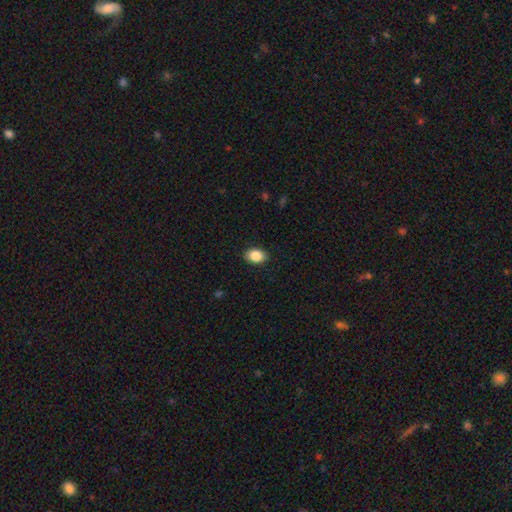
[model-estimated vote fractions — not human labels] smooth-or-featured: smooth: 87% | star or artifact: 8% | featured or disk: 5%
  how-rounded: in between: 77% | round: 22% | cigar-shaped: 1%
  merging: none: 89% | minor disturbance: 8% | major disturbance: 2% | merger: 1%